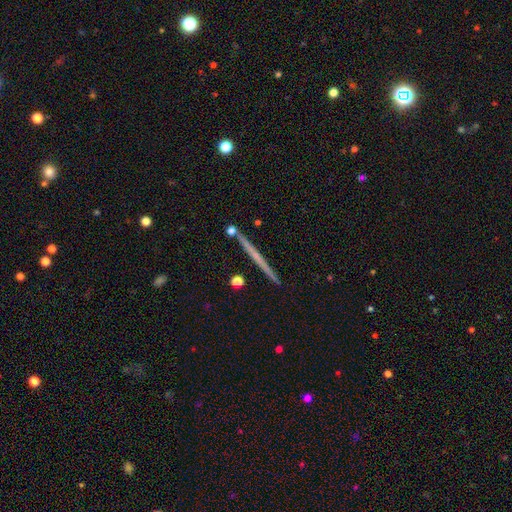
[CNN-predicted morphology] This appears to be a featured or disk galaxy (58%) viewed edge-on (98%) with no central bulge (85%). Merging: none (91%).